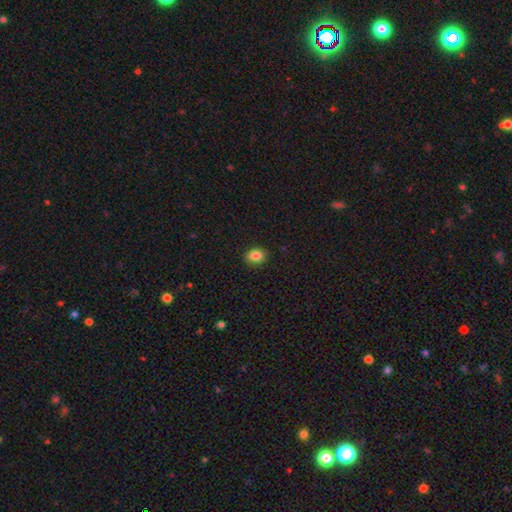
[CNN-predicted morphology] This is clearly a smooth galaxy (85%). How rounded: possibly in between (50%). Merging: clearly none (89%).